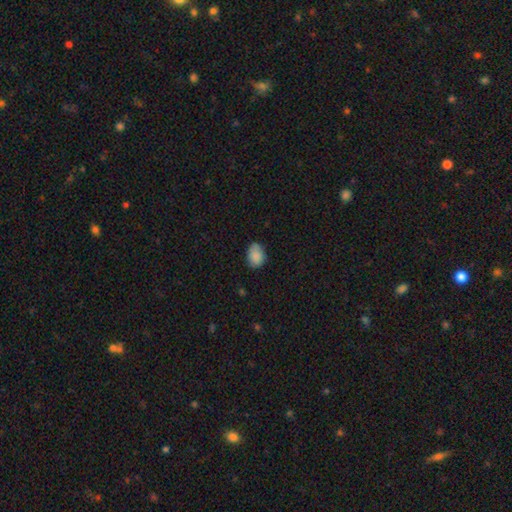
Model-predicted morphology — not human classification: smooth 86%, star or artifact 8%, featured or disk 6%. Down the decision tree: how rounded — in between (73%); merging — none (74%).